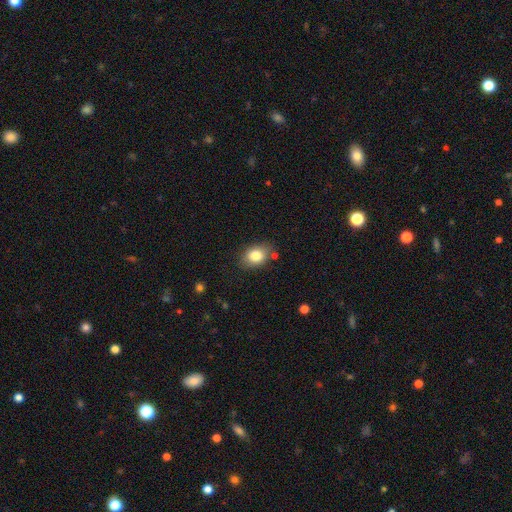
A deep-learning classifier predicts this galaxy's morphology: smooth 83%, featured or disk 9%, star or artifact 8%. Down the decision tree: how rounded — in between (72%); merging — none (78%).